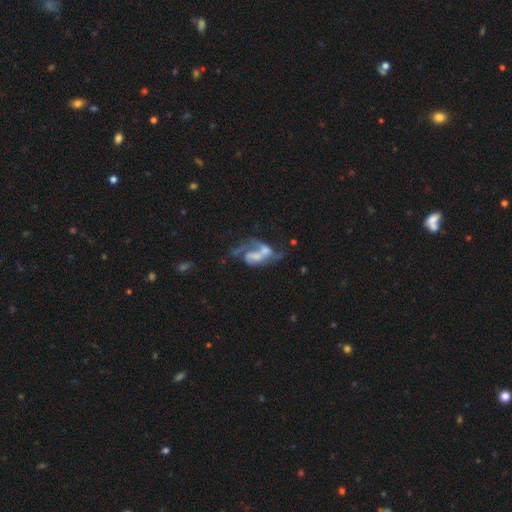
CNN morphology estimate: featured or disk 73%, smooth 16%, star or artifact 11%. Down the decision tree: edge-on disk — no (96%); bar — no (56%); spiral arms — yes (76%); spiral arm count — 2 (58%); spiral winding — loose (48%); bulge size — small (33%); merging — merger (44%).